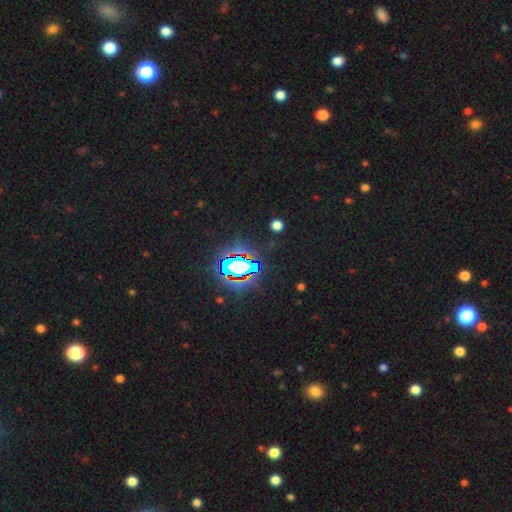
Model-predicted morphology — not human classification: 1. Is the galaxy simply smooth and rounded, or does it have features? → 84% star or artifact, 10% smooth, 7% featured or disk.